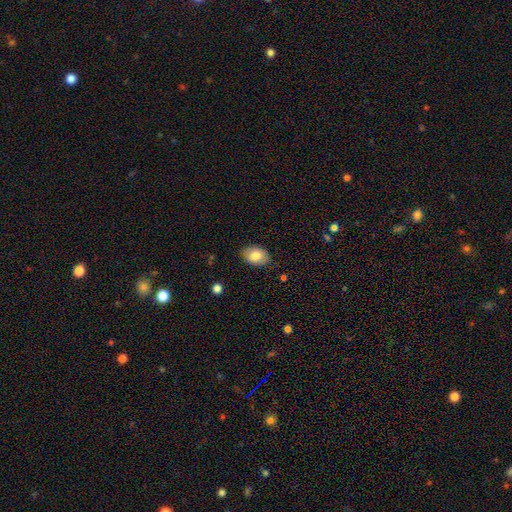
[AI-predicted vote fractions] smooth_or_featured: smooth (p=0.81) [alt: featured or disk p=0.12]
how_rounded: in between (p=0.81) [alt: round p=0.18]
merging: none (p=0.82) [alt: minor disturbance p=0.15]